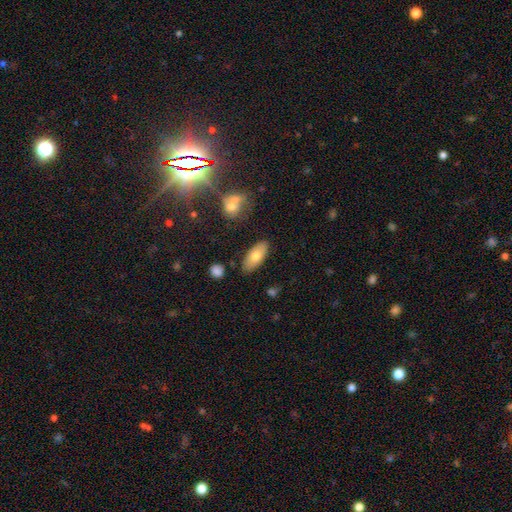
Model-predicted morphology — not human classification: type=smooth (73%); roundness=in between (86%); merging=none (81%).